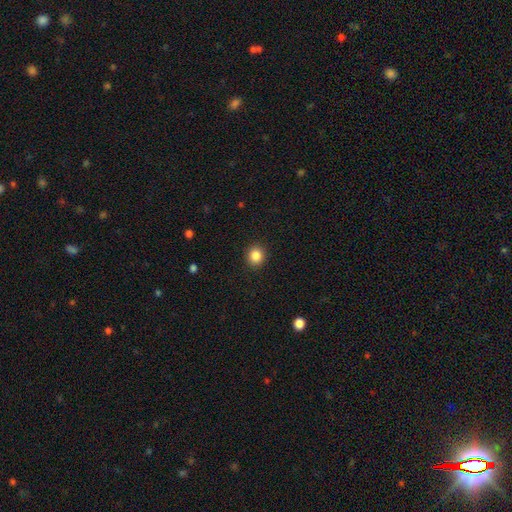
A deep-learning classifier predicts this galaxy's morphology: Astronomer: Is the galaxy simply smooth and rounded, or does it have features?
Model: smooth — 86%.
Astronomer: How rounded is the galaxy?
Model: round — 84%.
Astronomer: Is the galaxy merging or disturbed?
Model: none — 92%.